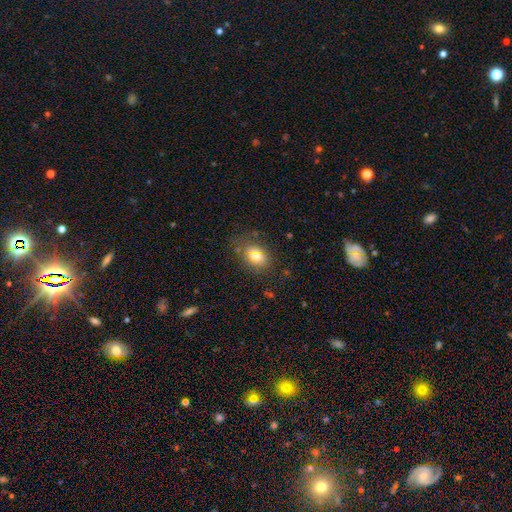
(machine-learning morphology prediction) Q: Smooth or featured?
A: smooth (73%); runner-up: featured or disk (14%)
Q: How rounded?
A: in between (62%); runner-up: round (37%)
Q: Merging?
A: none (74%); runner-up: minor disturbance (17%)